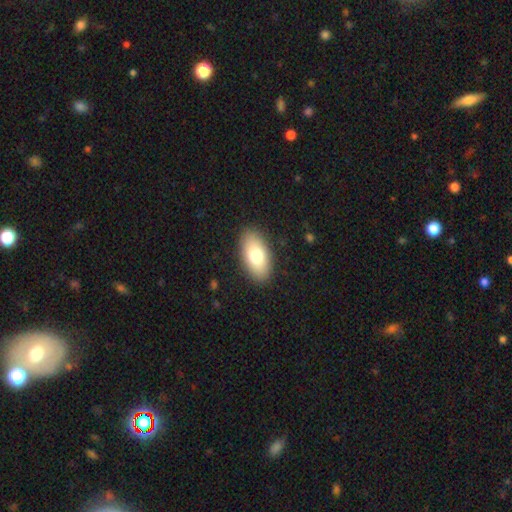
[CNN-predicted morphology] type=smooth (77%); roundness=in between (93%); merging=none (89%).